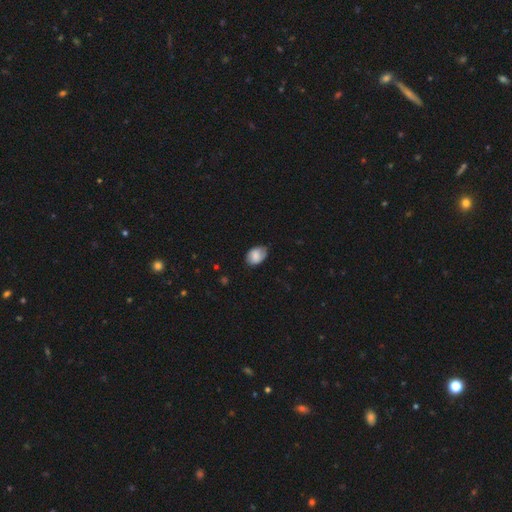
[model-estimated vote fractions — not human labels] Morphology: type=smooth (78%); roundness=in between (79%); merging=none (63%).